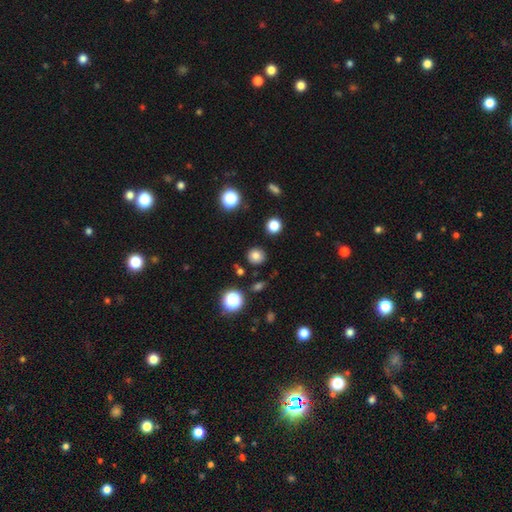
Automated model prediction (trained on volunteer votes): smooth_or_featured: smooth (p=0.80) [alt: star or artifact p=0.14]
how_rounded: round (p=0.90) [alt: in between p=0.09]
merging: none (p=0.89) [alt: minor disturbance p=0.07]